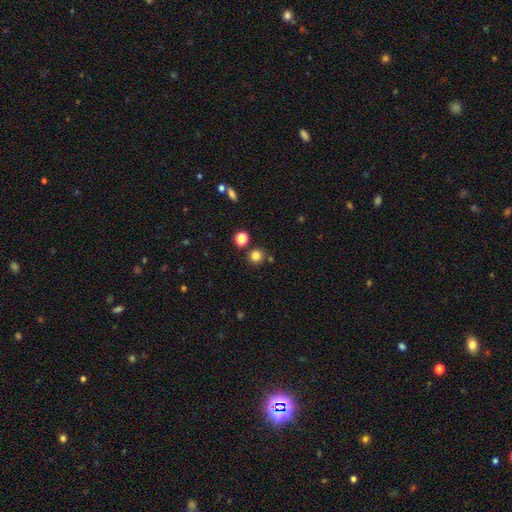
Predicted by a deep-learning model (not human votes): Q: Smooth or featured?
A: smooth (82%); runner-up: star or artifact (13%)
Q: How rounded?
A: round (92%); runner-up: in between (8%)
Q: Merging?
A: none (83%); runner-up: merger (7%)